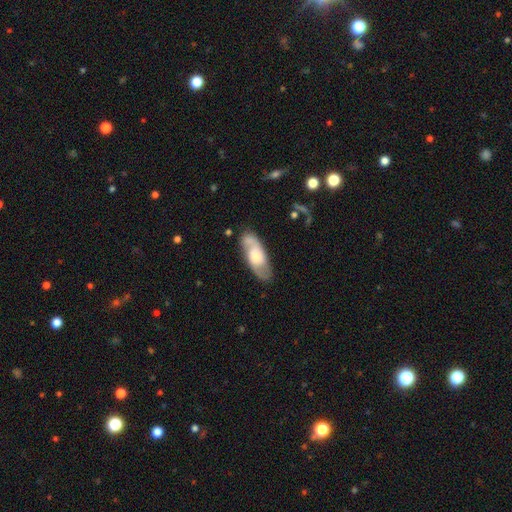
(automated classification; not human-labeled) Smooth or featured?
  - featured or disk: 62% *
  - smooth: 33%
  - star or artifact: 6%
Edge-on disk?
  - no: 86% *
  - yes: 14%
Bar?
  - no: 68% *
  - weak: 26%
  - strong: 6%
Spiral arms?
  - yes: 82% *
  - no: 18%
Bulge size?
  - moderate: 51% *
  - small: 29%
  - large: 15%
  - none: 3%
  - dominant: 2%
Merging?
  - none: 77% *
  - minor disturbance: 16%
  - major disturbance: 5%
  - merger: 3%